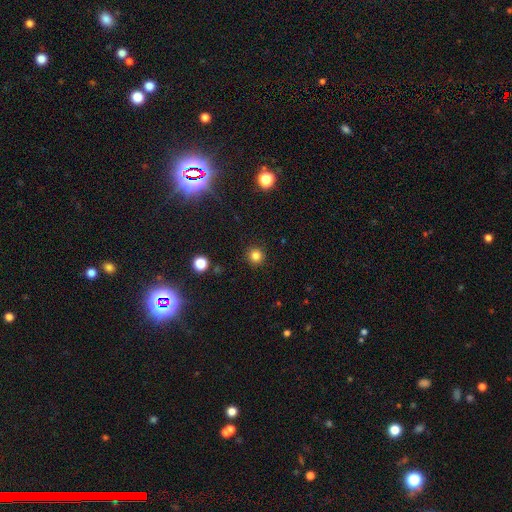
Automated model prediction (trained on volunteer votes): Smooth or featured? Predicted: smooth (p=0.82). How rounded? Predicted: round (p=0.95). Merging? Predicted: none (p=0.92).